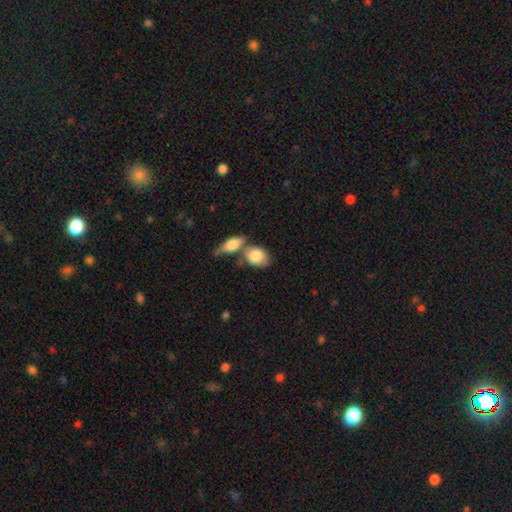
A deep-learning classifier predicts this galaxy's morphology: smooth_or_featured: smooth (p=0.83) [alt: featured or disk p=0.11]
how_rounded: in between (p=0.74) [alt: round p=0.23]
merging: merger (p=0.44) [alt: none p=0.38]